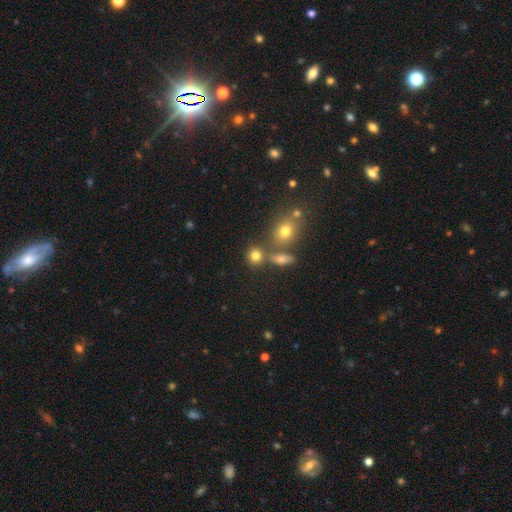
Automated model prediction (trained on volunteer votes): Q: Smooth or featured?
A: smooth (78%); runner-up: star or artifact (13%)
Q: How rounded?
A: round (78%); runner-up: in between (20%)
Q: Merging?
A: none (66%); runner-up: merger (20%)